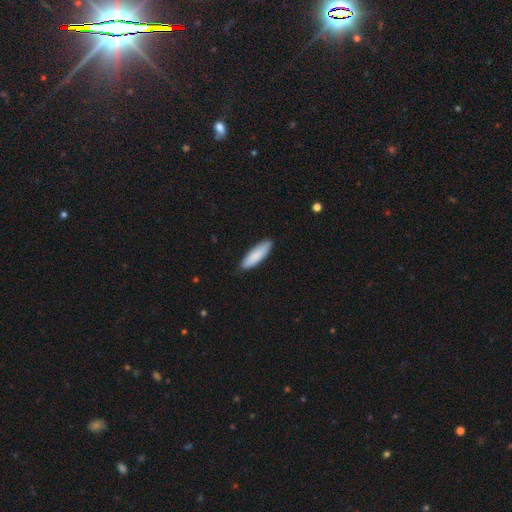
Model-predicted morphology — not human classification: Overall: smooth (88%). How rounded: cigar-shaped (55%; in between 43%). Merging: none (88%).